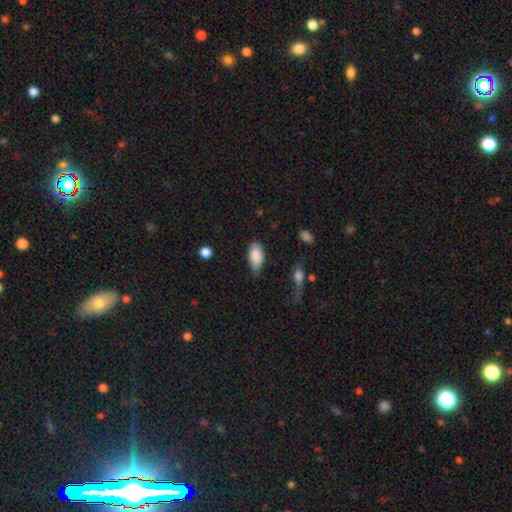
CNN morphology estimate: Smooth or featured? Predicted: smooth (p=0.85). How rounded? Predicted: in between (p=0.93). Merging? Predicted: none (p=0.47).